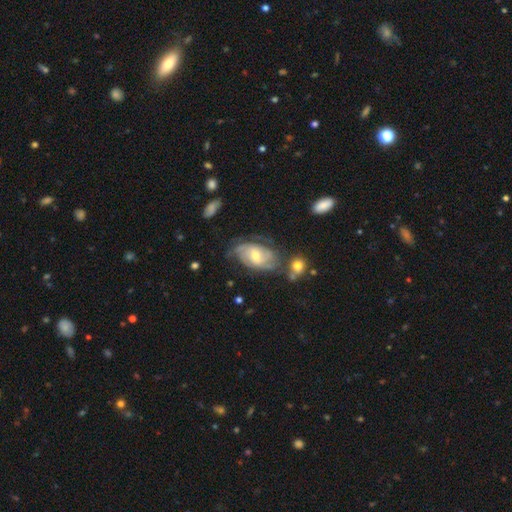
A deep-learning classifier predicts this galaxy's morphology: smooth_or_featured: featured or disk (p=0.77) [alt: smooth p=0.17]
disk_edge_on: no (p=0.95) [alt: yes p=0.05]
bar: no (p=0.50) [alt: weak p=0.41]
has_spiral_arms: yes (p=0.89) [alt: no p=0.11]
spiral_winding: tight (p=0.53) [alt: medium p=0.34]
spiral_arm_count: can't tell (p=0.41) [alt: 2 p=0.29]
bulge_size: moderate (p=0.60) [alt: small p=0.34]
merging: none (p=0.52) [alt: minor disturbance p=0.25]